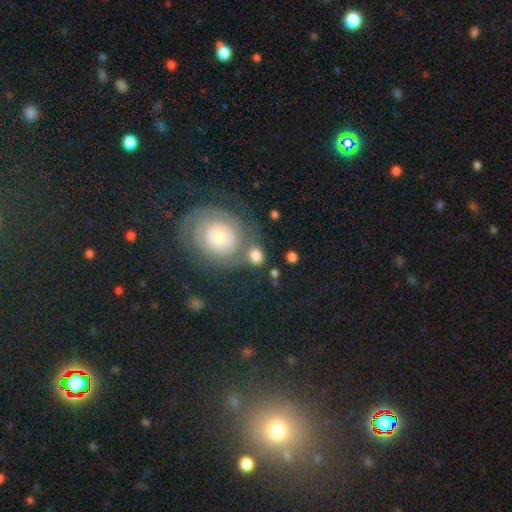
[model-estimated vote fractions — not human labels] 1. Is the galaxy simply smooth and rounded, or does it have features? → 61% smooth, 29% featured or disk, 10% star or artifact.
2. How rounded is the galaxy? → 63% round, 35% in between, 2% cigar-shaped.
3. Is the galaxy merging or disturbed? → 57% none, 20% merger, 14% minor disturbance, 8% major disturbance.